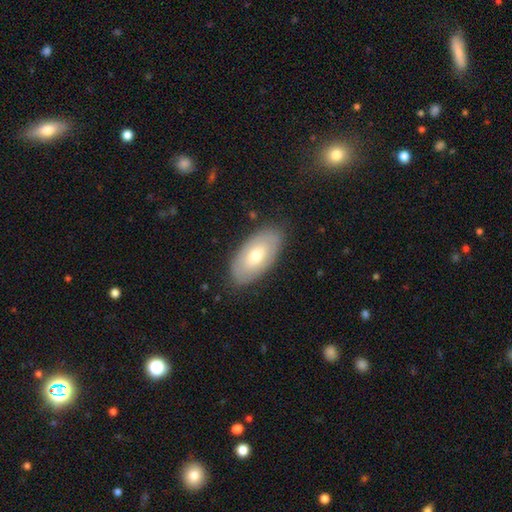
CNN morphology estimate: A smooth galaxy with no disk features (58%) that is in between round and cigar-shaped (94%).

Vote fractions:
- Smooth or featured? smooth: 58% / featured or disk: 36% / star or artifact: 6%
- How rounded? in between: 94% / round: 3% / cigar-shaped: 3%
- Merging? none: 83% / minor disturbance: 13% / major disturbance: 3% / merger: 1%